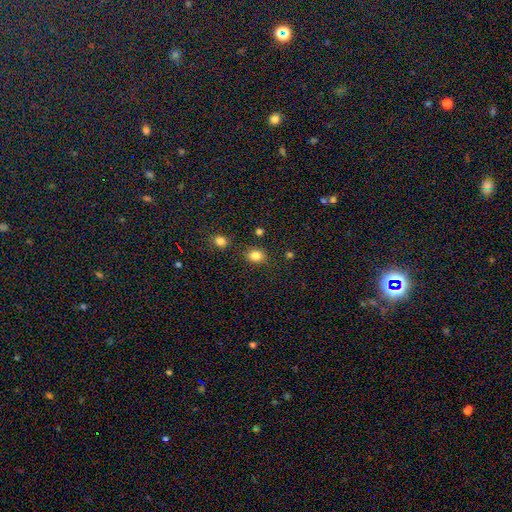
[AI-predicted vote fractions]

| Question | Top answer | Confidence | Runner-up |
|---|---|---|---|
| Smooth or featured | smooth | 83% | star or artifact (12%) |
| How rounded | in between | 51% | round (48%) |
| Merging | none | 81% | minor disturbance (11%) |